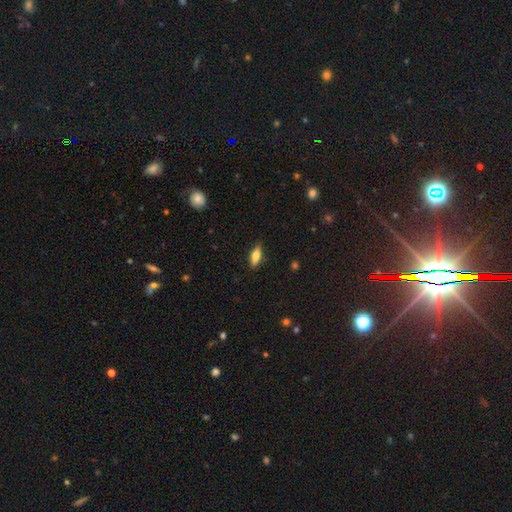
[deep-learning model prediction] Q: Smooth or featured?
A: smooth (74%); runner-up: featured or disk (19%)
Q: How rounded?
A: in between (70%); runner-up: cigar-shaped (28%)
Q: Merging?
A: none (84%); runner-up: minor disturbance (12%)